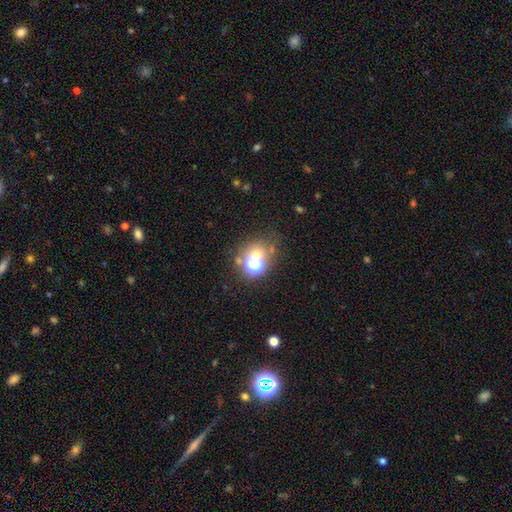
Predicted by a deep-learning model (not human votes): Smooth or featured: smooth — 48% (star or artifact — 38%)
Merging: none — 57% (merger — 22%)